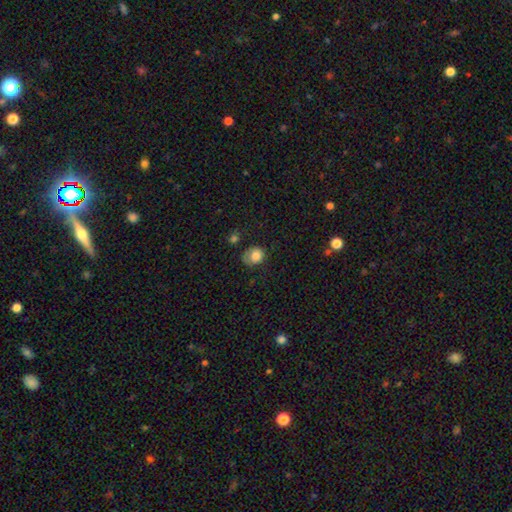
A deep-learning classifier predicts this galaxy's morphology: This appears to be a smooth galaxy with no disk features (80%) that is round (68%). Merging: none (48%).